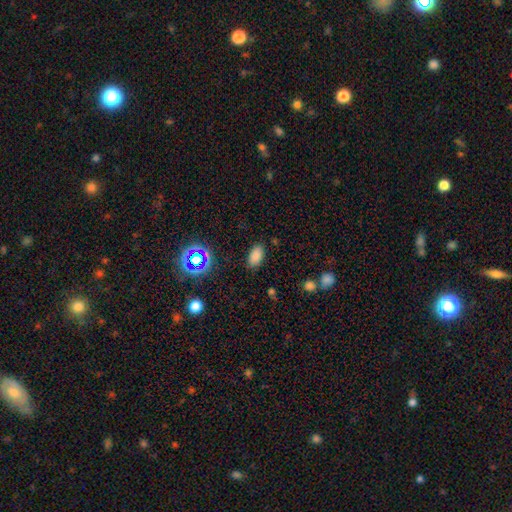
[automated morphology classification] A smooth galaxy with no disk features (80%) that is in between round and cigar-shaped (92%). Merging: none (84%).